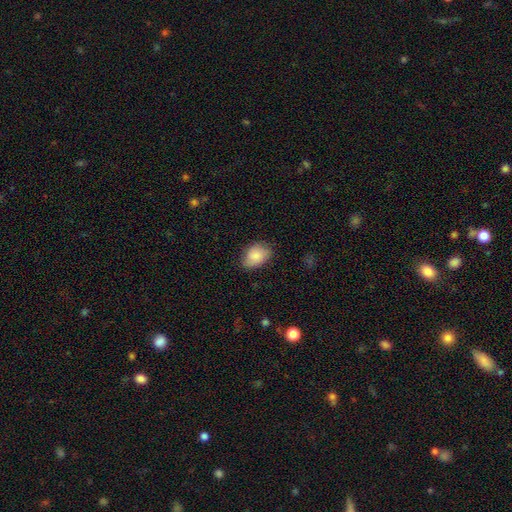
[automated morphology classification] This is clearly a smooth galaxy (85%). How rounded: likely in between (78%). Merging: likely none (72%).